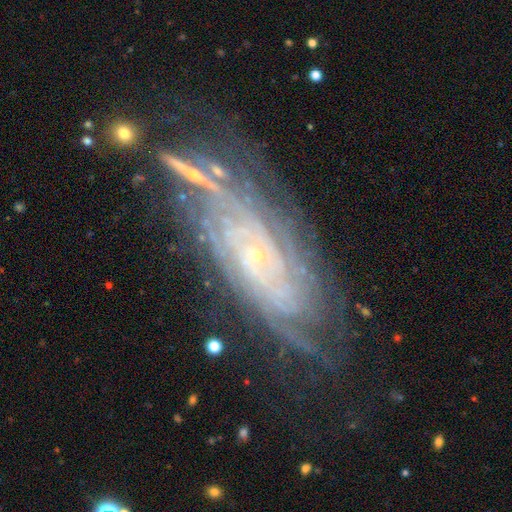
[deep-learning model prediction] Smooth or featured? featured or disk (85%)
Edge-on disk? no (91%)
Bar? no (69%)
Spiral arms? yes (96%)
Spiral winding? tight (78%)
Spiral arm count? can't tell (35%)
Bulge size? small (85%)
Merging? none (66%)